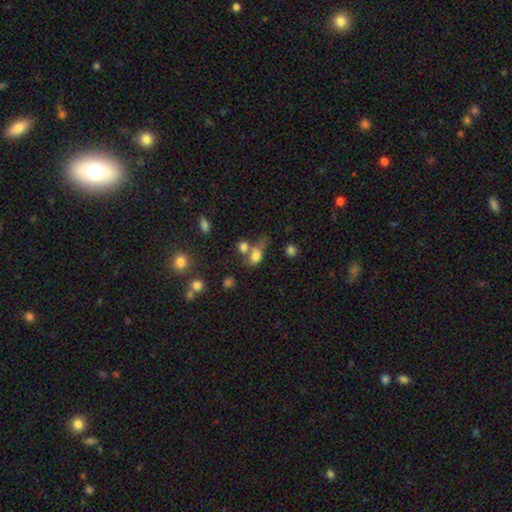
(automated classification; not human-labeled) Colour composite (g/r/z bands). It shows a smooth galaxy with no disk features (74%) that is in between round and cigar-shaped (64%). Merging: merger (39%).